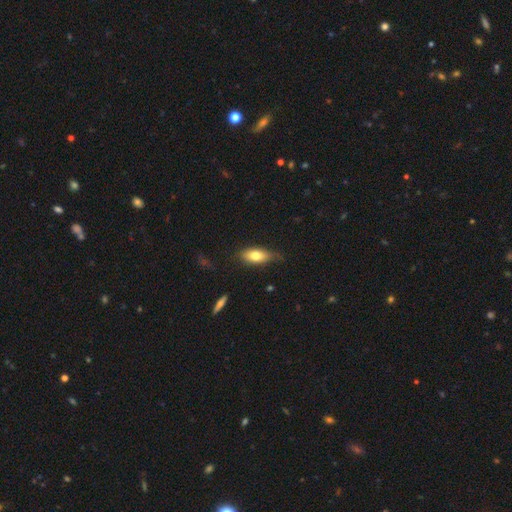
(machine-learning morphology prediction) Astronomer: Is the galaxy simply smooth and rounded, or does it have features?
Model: smooth — 75%.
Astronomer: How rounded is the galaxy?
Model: in between — 81%.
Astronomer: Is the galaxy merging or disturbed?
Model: none — 65%.